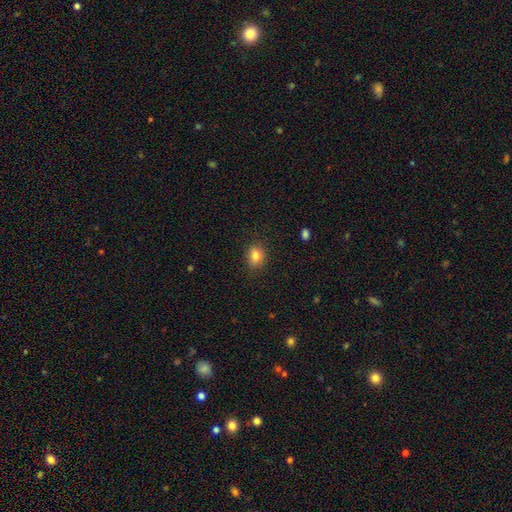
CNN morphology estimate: Smooth or featured? Predicted: smooth (p=0.82). How rounded? Predicted: in between (p=0.58). Merging? Predicted: none (p=0.86).